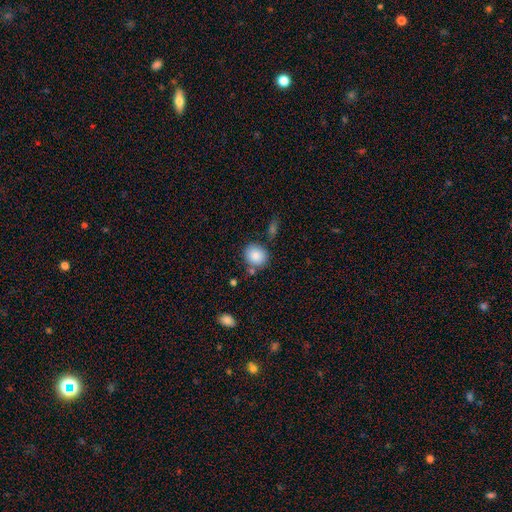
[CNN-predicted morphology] smooth 87%, star or artifact 8%, featured or disk 6%. Down the decision tree: how rounded — round (78%); merging — none (76%).